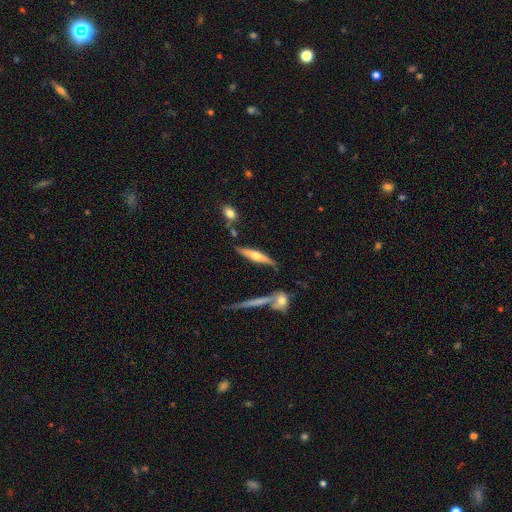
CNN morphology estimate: A featured or disk galaxy (54%) viewed edge-on (89%). Merging: none (71%).